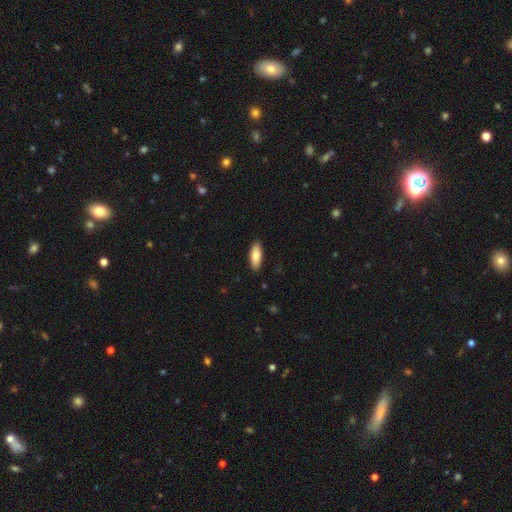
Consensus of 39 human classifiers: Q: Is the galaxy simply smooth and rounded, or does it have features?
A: smooth — 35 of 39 (90%).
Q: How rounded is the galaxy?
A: cigar-shaped — 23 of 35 (66%).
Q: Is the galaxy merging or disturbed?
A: none — 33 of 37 (89%).